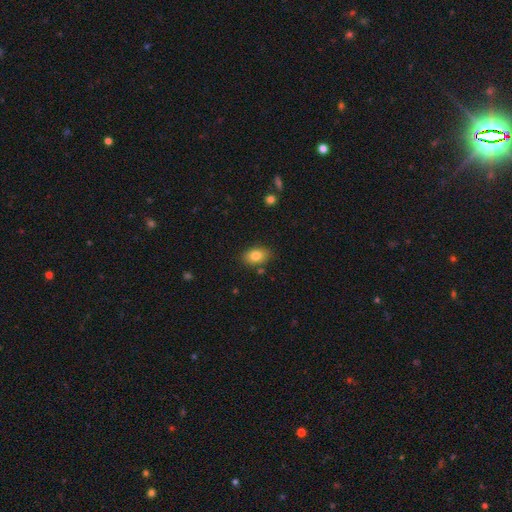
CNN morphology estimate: The model was most divided on "how rounded": in between: 84%, round: 15%, cigar-shaped: 1%. More confident: smooth or featured — smooth (83%); merging — none (82%).